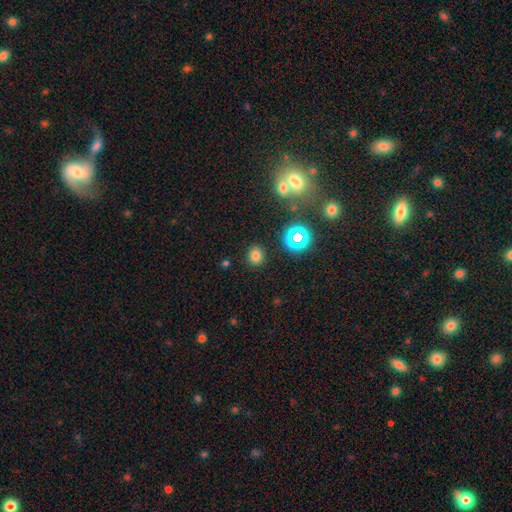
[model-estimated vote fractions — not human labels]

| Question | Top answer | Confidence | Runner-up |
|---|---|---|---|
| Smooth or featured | smooth | 75% | star or artifact (20%) |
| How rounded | round | 80% | in between (19%) |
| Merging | none | 88% | minor disturbance (7%) |